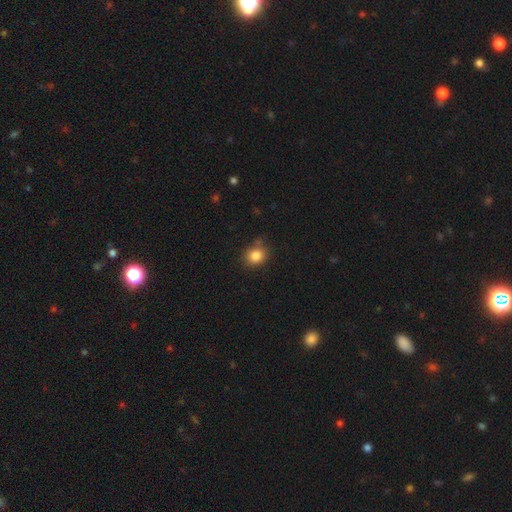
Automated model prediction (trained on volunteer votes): Smooth or featured?
  - smooth: 84% *
  - star or artifact: 11%
  - featured or disk: 5%
How rounded?
  - round: 71% *
  - in between: 28%
  - cigar-shaped: 1%
Merging?
  - none: 76% *
  - minor disturbance: 15%
  - merger: 5%
  - major disturbance: 4%